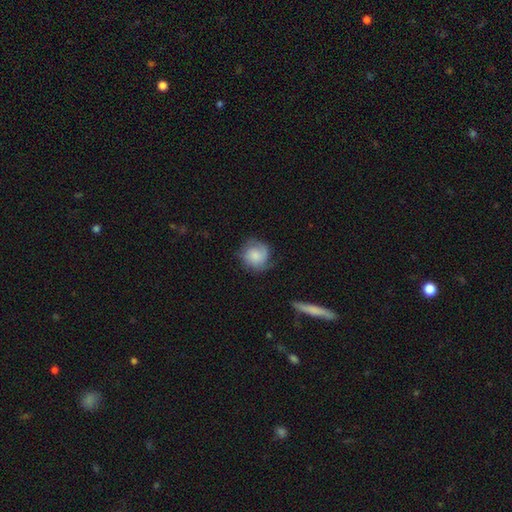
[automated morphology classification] The model was most divided on "smooth or featured": smooth: 60%, featured or disk: 33%, star or artifact: 7%. More confident: how rounded — round (85%); merging — none (64%).